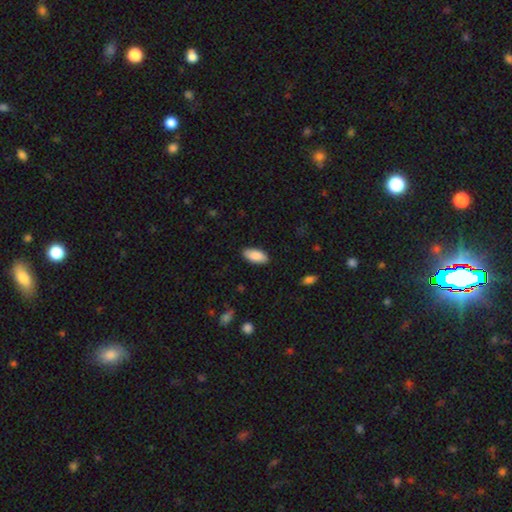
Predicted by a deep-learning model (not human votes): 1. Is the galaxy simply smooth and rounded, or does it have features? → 86% smooth, 8% featured or disk, 6% star or artifact.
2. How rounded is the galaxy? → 91% in between, 7% cigar-shaped, 2% round.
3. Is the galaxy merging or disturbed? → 87% none, 10% minor disturbance, 2% major disturbance, 1% merger.